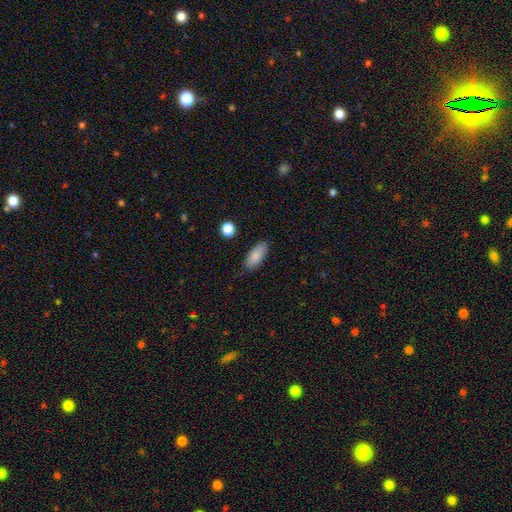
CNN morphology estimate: This is clearly a smooth galaxy (85%). How rounded: clearly in between (82%). Merging: clearly none (80%).